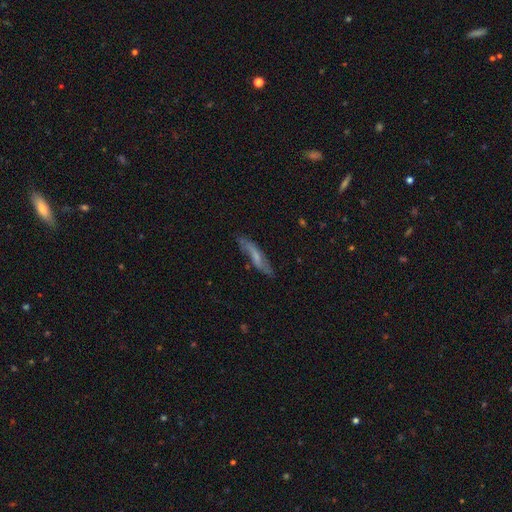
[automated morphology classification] smooth-or-featured: featured or disk: 49% | smooth: 44% | star or artifact: 7%
  merging: none: 71% | minor disturbance: 21% | major disturbance: 6% | merger: 2%